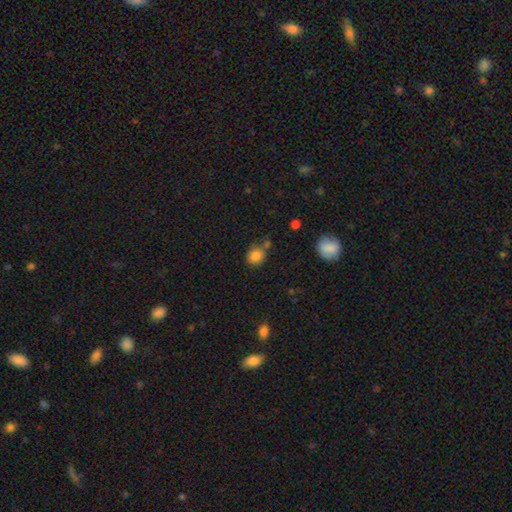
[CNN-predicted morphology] type=smooth (83%); roundness=round (75%); merging=none (65%).